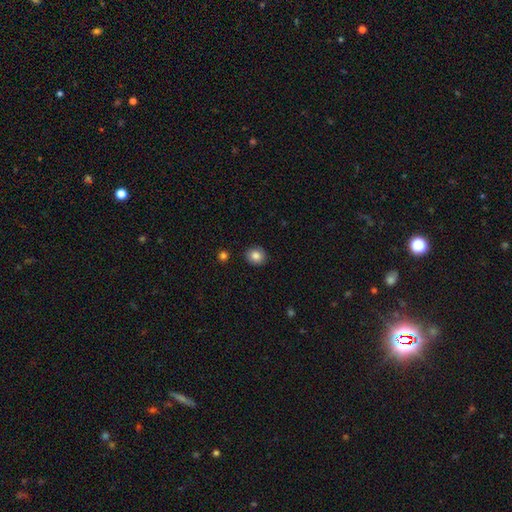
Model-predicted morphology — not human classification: Smooth or featured? smooth (85%)
How rounded? round (78%)
Merging? none (89%)